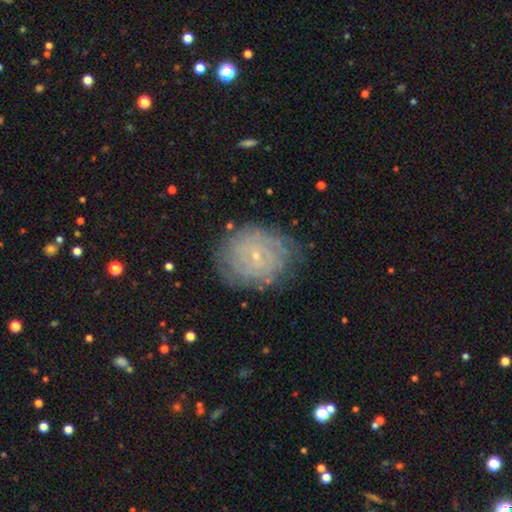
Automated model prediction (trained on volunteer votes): A featured or disk galaxy (74%) with no bar (64%), tight (82%) spiral arms (92%) and a small central bulge (87%).

Vote fractions:
- Smooth or featured? featured or disk: 74% / smooth: 17% / star or artifact: 9%
- Edge-on disk? no: 97% / yes: 3%
- Bar? no: 64% / weak: 30% / strong: 6%
- Spiral arms? yes: 92% / no: 8%
- Spiral winding? tight: 82% / medium: 14% / loose: 4%
- Spiral arm count? can't tell: 49% / 4: 13% / 2: 13% / 3: 10% / more than 4: 9% / 1: 6%
- Bulge size? small: 87% / moderate: 9% / none: 2% / large: 1% / dominant: 1%
- Merging? none: 76% / minor disturbance: 17% / major disturbance: 6% / merger: 1%